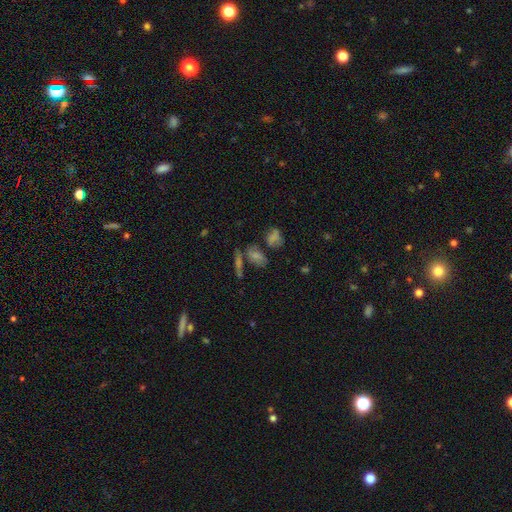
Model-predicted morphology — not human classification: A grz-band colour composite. It shows a smooth galaxy with no disk features (37%). Merging: none (54%).